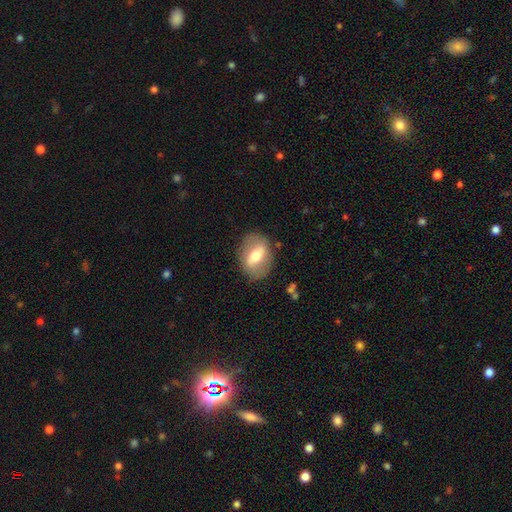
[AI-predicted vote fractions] featured or disk 47%, smooth 46%, star or artifact 7%. Down the decision tree: merging — none (81%).